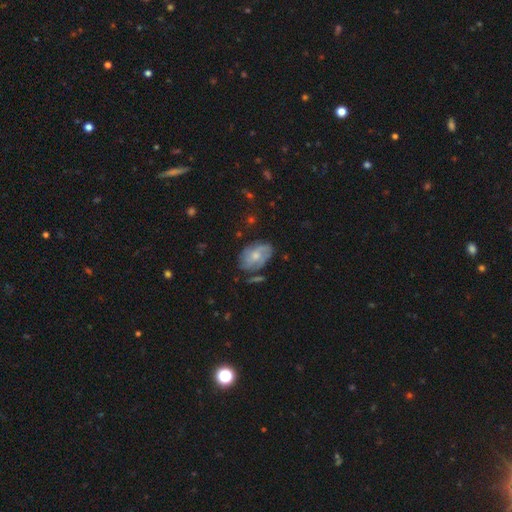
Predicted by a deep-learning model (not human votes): Smooth or featured: featured or disk — 55% (smooth — 38%)
Edge-on disk: no — 95% (yes — 5%)
Bar: no — 71% (weak — 25%)
Spiral arms: yes — 75% (no — 25%)
Bulge size: moderate — 48% (small — 45%)
Merging: none — 62% (minor disturbance — 24%)